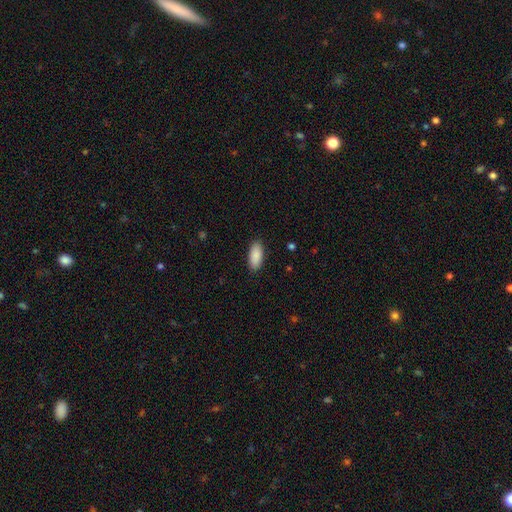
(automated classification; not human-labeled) A smooth galaxy with no disk features (90%) that is in between round and cigar-shaped (88%). Merging: none (89%).